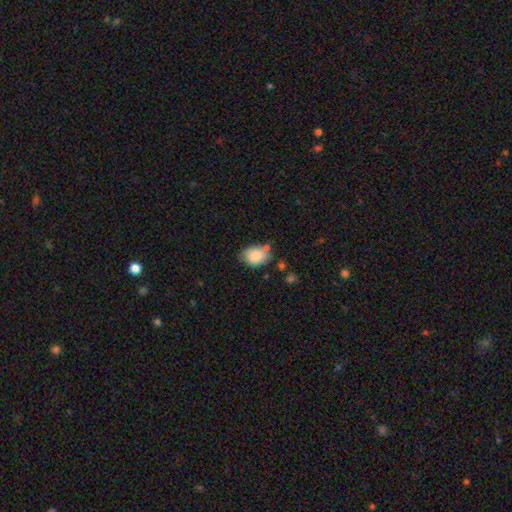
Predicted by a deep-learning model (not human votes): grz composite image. It shows a smooth galaxy with no disk features (85%) that is in between round and cigar-shaped (72%). Merging: none (68%).